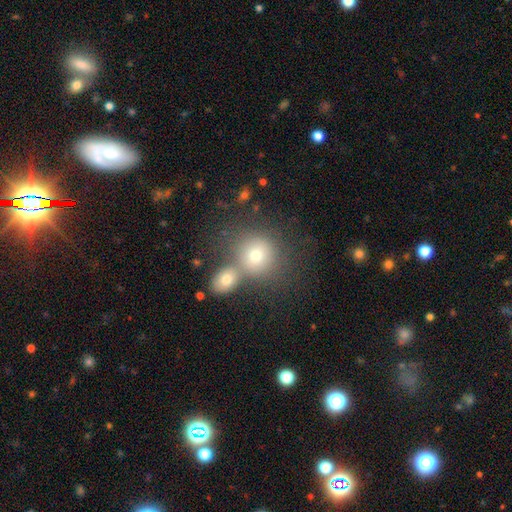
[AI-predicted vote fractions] Smooth or featured? smooth (71%)
How rounded? round (85%)
Merging? none (51%)